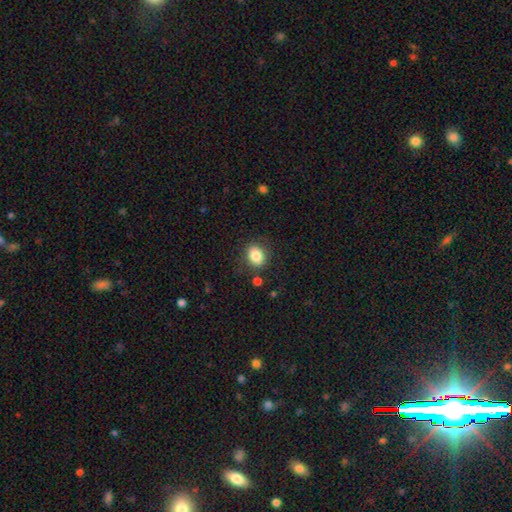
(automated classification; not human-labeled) Smooth or featured: smooth — 83% (star or artifact — 9%)
How rounded: round — 56% (in between — 43%)
Merging: none — 79% (minor disturbance — 13%)